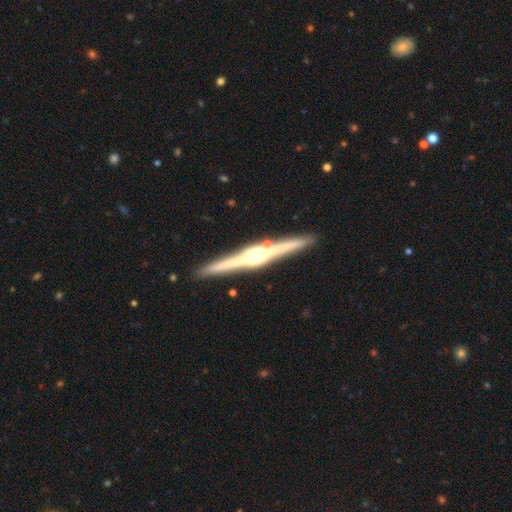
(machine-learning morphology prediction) Smooth or featured? featured or disk (87%)
Edge-on disk? yes (99%)
Edge-on bulge? rounded (75%)
Merging? none (92%)